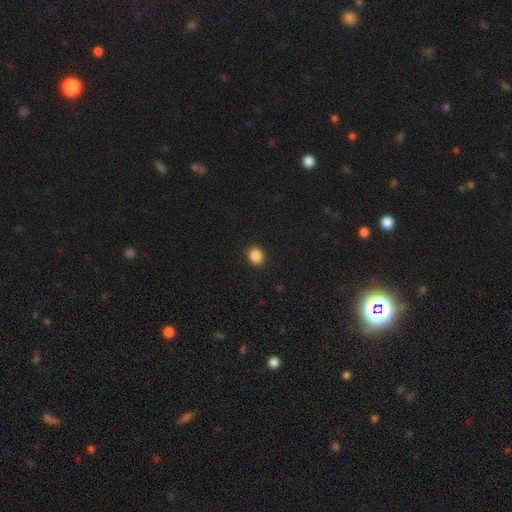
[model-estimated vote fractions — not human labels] Overall: smooth (88%). How rounded: round (54%; in between 45%). Merging: none (92%).